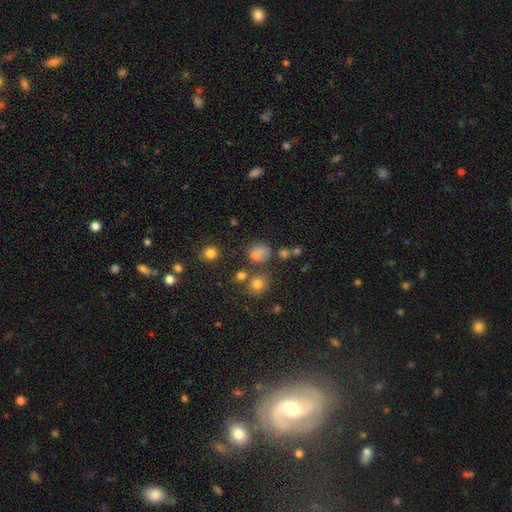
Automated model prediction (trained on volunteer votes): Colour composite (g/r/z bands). It shows a smooth galaxy with no disk features (71%) that is round (69%). Merging: none (61%).